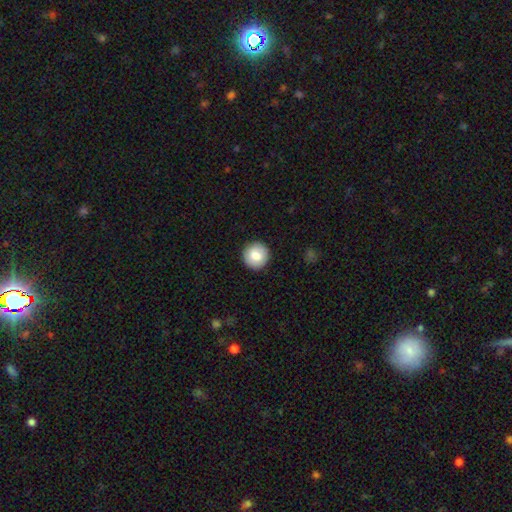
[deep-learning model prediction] A smooth galaxy with no disk features (82%) that is round (95%).

Vote fractions:
- Smooth or featured? smooth: 82% / featured or disk: 11% / star or artifact: 7%
- How rounded? round: 95% / in between: 4% / cigar-shaped: 1%
- Merging? none: 92% / minor disturbance: 6% / major disturbance: 2% / merger: 1%